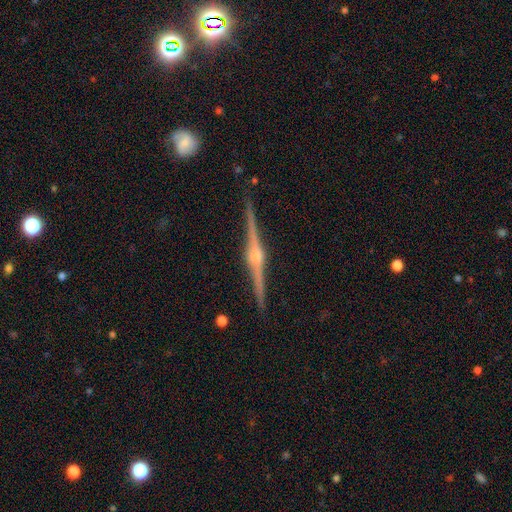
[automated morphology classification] Smooth or featured: featured or disk — 90% (smooth — 5%)
Edge-on disk: yes — 99% (no — 1%)
Edge-on bulge: rounded — 89% (boxy — 8%)
Merging: none — 92% (minor disturbance — 6%)